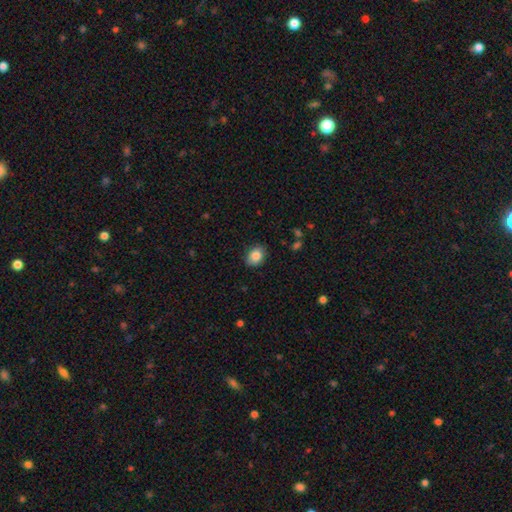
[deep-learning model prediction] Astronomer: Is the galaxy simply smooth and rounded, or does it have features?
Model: smooth — 86%.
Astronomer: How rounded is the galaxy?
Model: in between — 60% (runner-up: round, 39%).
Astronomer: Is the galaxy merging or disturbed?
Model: none — 85%.